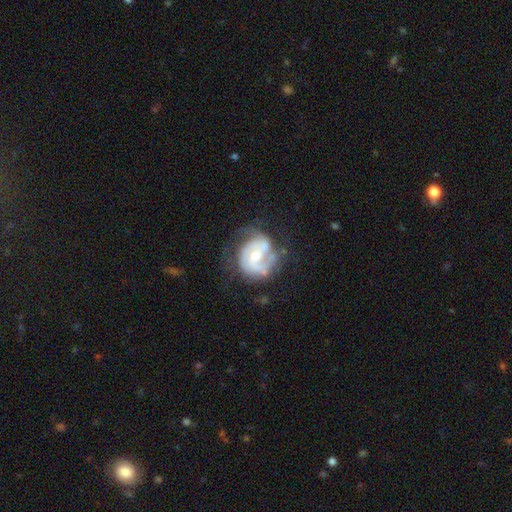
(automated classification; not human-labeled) This is clearly a featured or disk galaxy (82%). It is clearly not viewed edge-on (98%). Bar: possibly no (53%). Spiral arm pattern: clearly yes (93%). Spiral arm count: possibly 2 (51%). Spiral winding: marginally tight (43%, tied with medium). Central bulge: possibly moderate (47%). Merging: possibly none (55%).